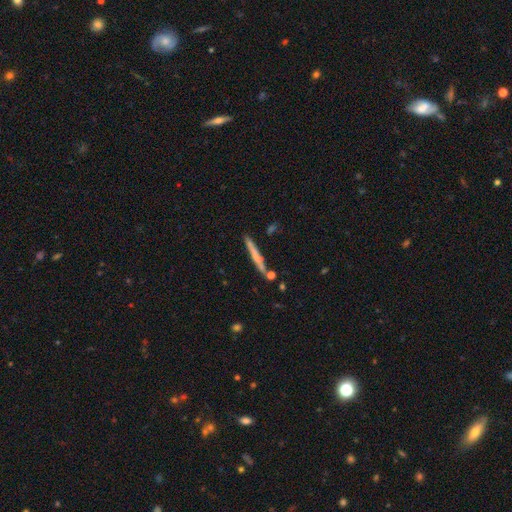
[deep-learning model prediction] Smooth or featured? smooth (56%)
How rounded? cigar-shaped (96%)
Merging? none (81%)